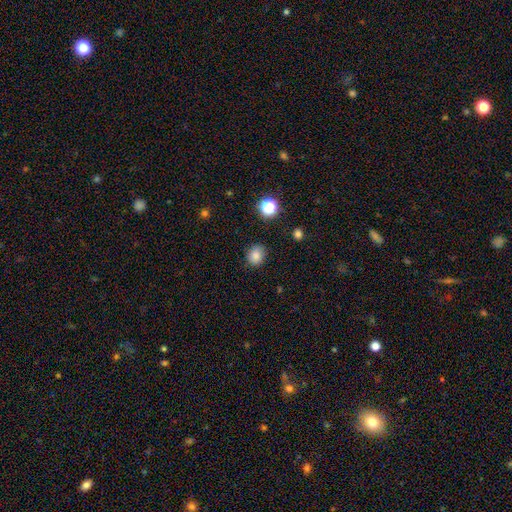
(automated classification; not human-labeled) smooth-or-featured: smooth: 82% | star or artifact: 13% | featured or disk: 5%
  how-rounded: round: 69% | in between: 30% | cigar-shaped: 1%
  merging: none: 84% | minor disturbance: 11% | major disturbance: 3% | merger: 2%